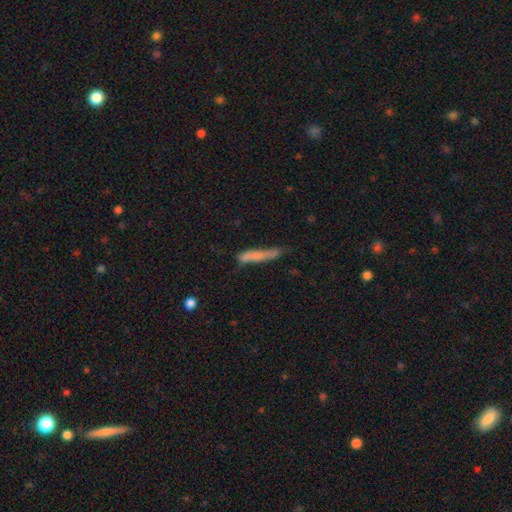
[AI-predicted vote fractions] Overall: smooth (66%). How rounded: cigar-shaped (91%). Merging: none (55%; minor disturbance 25%).